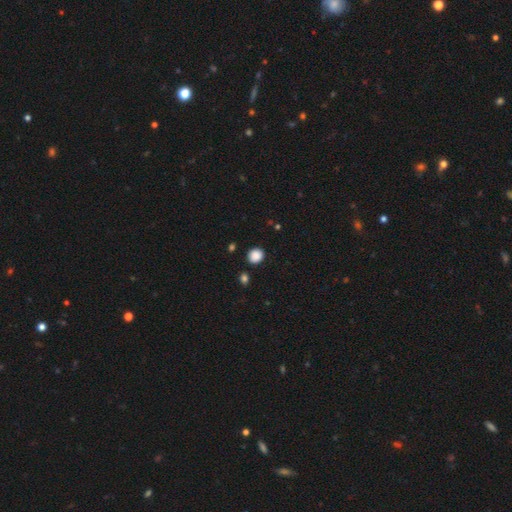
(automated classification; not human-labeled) Q: Smooth or featured?
A: smooth (88%); runner-up: star or artifact (9%)
Q: How rounded?
A: round (78%); runner-up: in between (21%)
Q: Merging?
A: none (87%); runner-up: minor disturbance (8%)